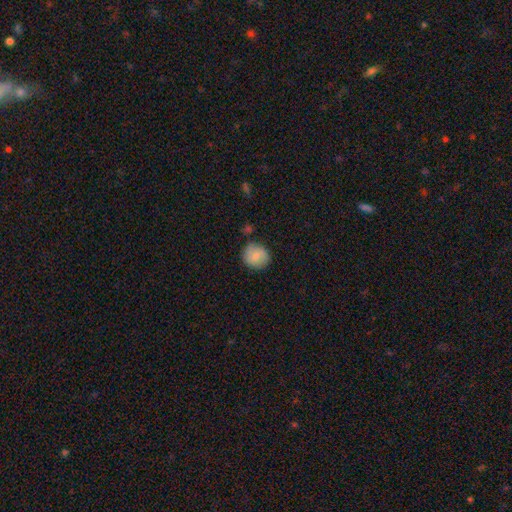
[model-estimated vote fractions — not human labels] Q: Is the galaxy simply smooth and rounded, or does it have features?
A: smooth — 77%.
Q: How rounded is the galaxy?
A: round — 86%.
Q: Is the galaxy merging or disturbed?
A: none — 77%.